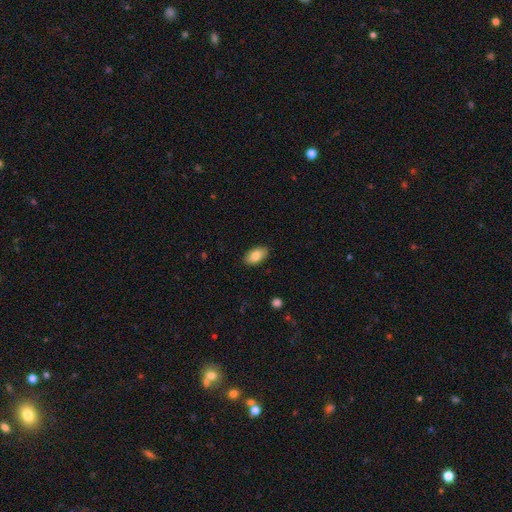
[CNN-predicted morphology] smooth 84%, featured or disk 10%, star or artifact 7%. Down the decision tree: how rounded — in between (94%); merging — none (89%).